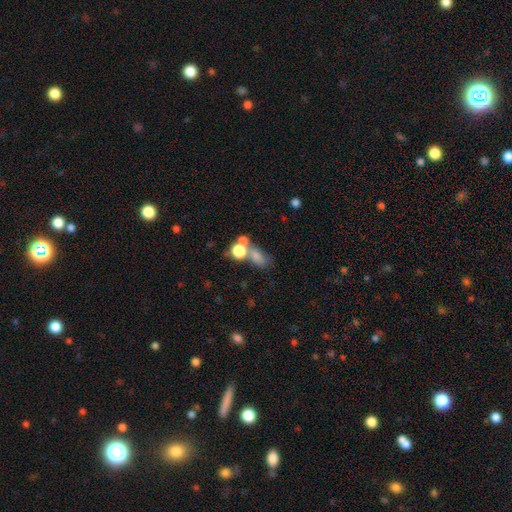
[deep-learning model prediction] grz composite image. It shows a smooth galaxy with no disk features (69%) that is in between round and cigar-shaped (50%). Merging: merger (43%).